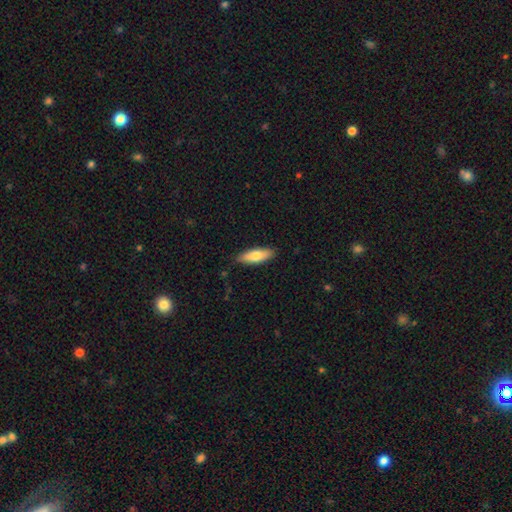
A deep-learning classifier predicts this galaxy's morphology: A smooth galaxy with no disk features (75%) that is in between round and cigar-shaped (54%). Merging: none (87%).